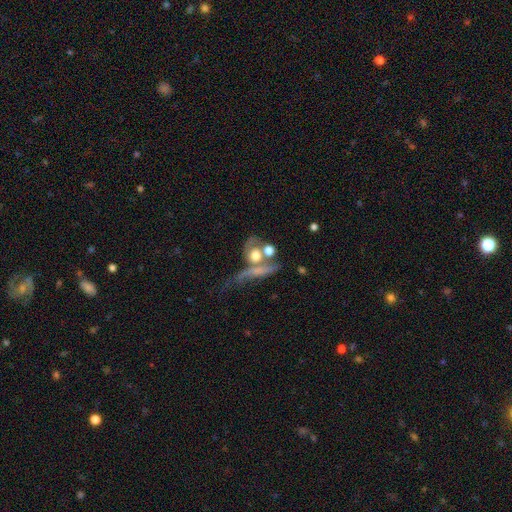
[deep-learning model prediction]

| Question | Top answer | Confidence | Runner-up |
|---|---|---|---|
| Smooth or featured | smooth | 47% | featured or disk (43%) |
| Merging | merger | 43% | major disturbance (22%) |